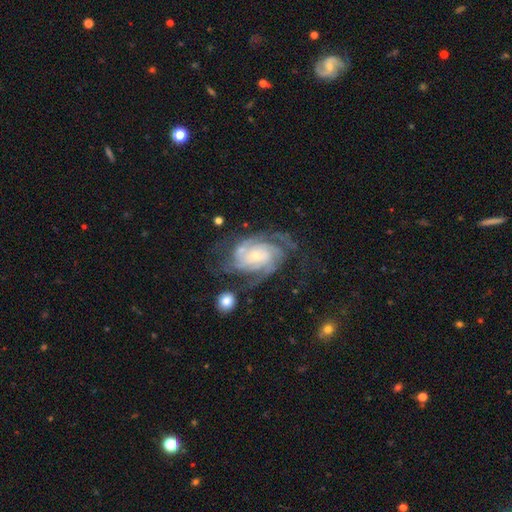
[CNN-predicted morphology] Smooth or featured?
  - featured or disk: 89% *
  - smooth: 6%
  - star or artifact: 5%
Edge-on disk?
  - no: 97% *
  - yes: 3%
Bar?
  - no: 69% *
  - weak: 24%
  - strong: 7%
Spiral arms?
  - yes: 97% *
  - no: 3%
Spiral winding?
  - tight: 60% *
  - medium: 33%
  - loose: 8%
Spiral arm count?
  - 3: 31% *
  - 2: 24%
  - can't tell: 19%
  - 4: 15%
  - more than 4: 6%
  - 1: 6%
Bulge size?
  - small: 67% *
  - moderate: 27%
  - large: 3%
  - none: 2%
  - dominant: 1%
Merging?
  - none: 56% *
  - minor disturbance: 20%
  - major disturbance: 17%
  - merger: 7%